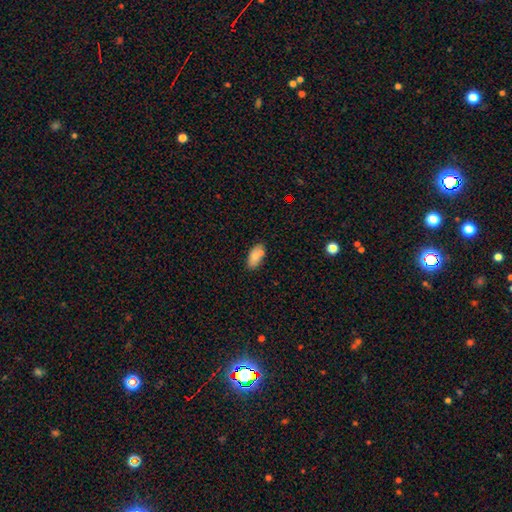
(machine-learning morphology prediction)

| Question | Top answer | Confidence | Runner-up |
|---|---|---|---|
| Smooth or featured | smooth | 81% | featured or disk (11%) |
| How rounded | in between | 89% | cigar-shaped (8%) |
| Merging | none | 71% | minor disturbance (15%) |